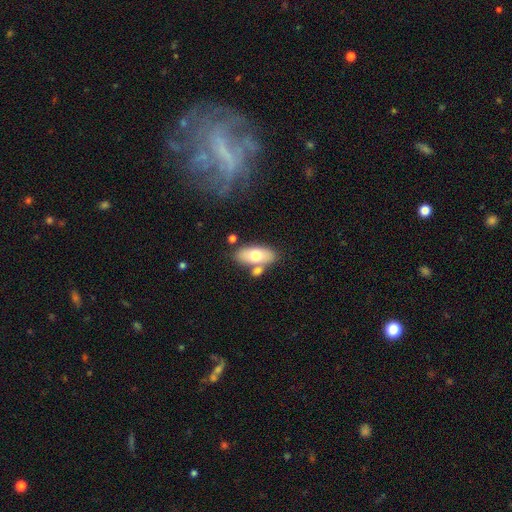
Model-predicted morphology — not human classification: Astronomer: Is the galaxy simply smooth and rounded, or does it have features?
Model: smooth — 69%.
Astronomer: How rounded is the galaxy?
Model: in between — 89%.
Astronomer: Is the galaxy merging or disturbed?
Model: none — 63%.